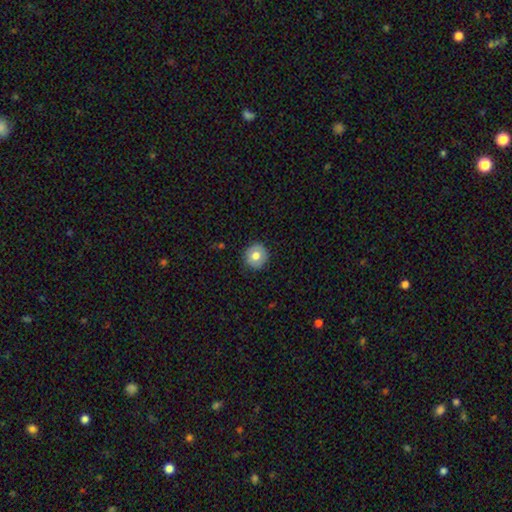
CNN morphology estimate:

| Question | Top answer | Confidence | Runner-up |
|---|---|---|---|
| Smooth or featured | smooth | 73% | featured or disk (19%) |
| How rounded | round | 94% | in between (5%) |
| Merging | none | 90% | minor disturbance (7%) |